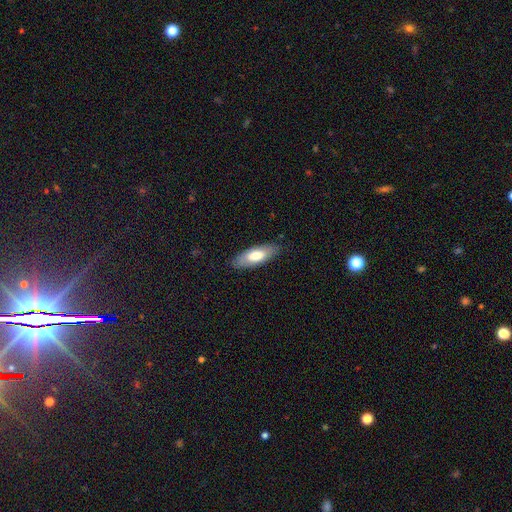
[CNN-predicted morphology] Smooth or featured? Predicted: smooth (p=0.71). How rounded? Predicted: in between (p=0.72). Merging? Predicted: none (p=0.83).